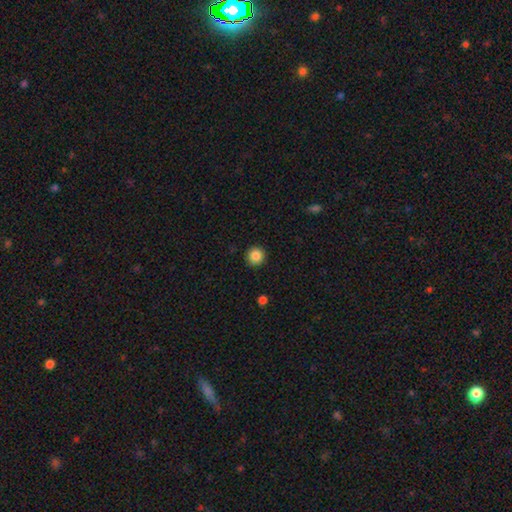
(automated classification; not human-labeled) Morphology: type=smooth (85%); roundness=round (95%); merging=none (92%).